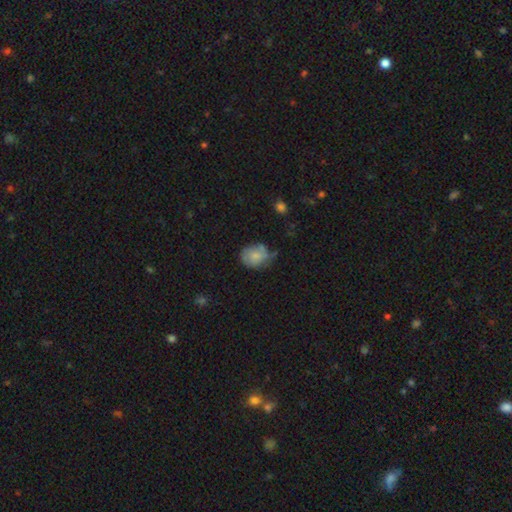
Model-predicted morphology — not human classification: This appears to be a smooth galaxy with no disk features (68%) that is in between round and cigar-shaped (51%). Merging: none (45%).